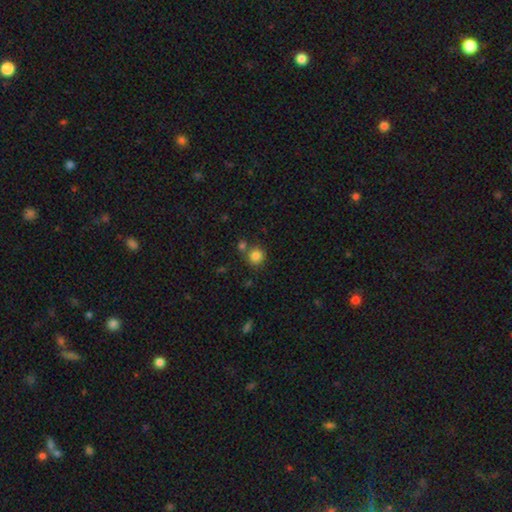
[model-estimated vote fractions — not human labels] This appears to be a smooth galaxy with no disk features (84%) that is round (90%). Merging: none (71%).